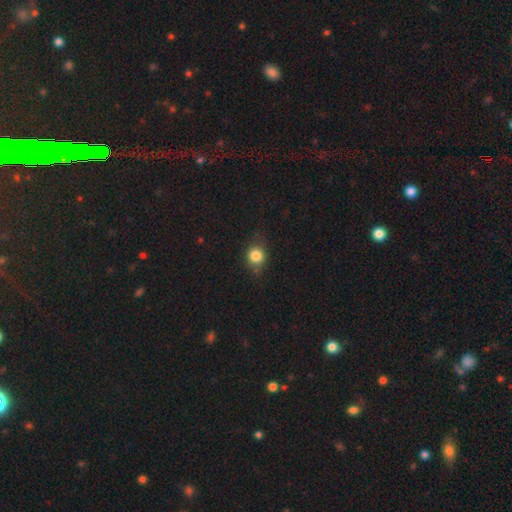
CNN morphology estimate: Q: Smooth or featured?
A: smooth (80%); runner-up: star or artifact (11%)
Q: How rounded?
A: round (70%); runner-up: in between (29%)
Q: Merging?
A: none (70%); runner-up: minor disturbance (23%)